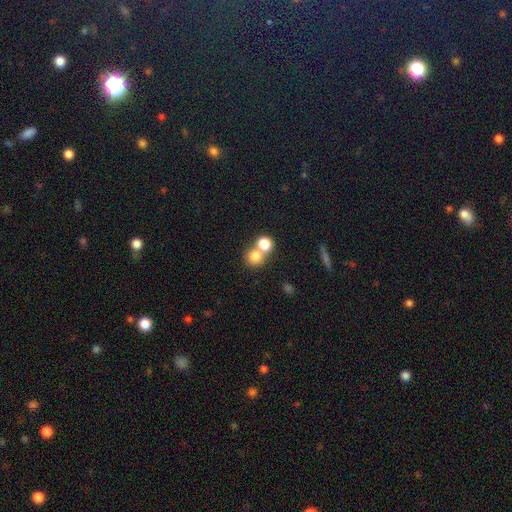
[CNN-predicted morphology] The model was most divided on "merging": merger: 47%, none: 44%, minor disturbance: 6%, major disturbance: 3%. More confident: how rounded — round (85%); smooth or featured — smooth (78%).